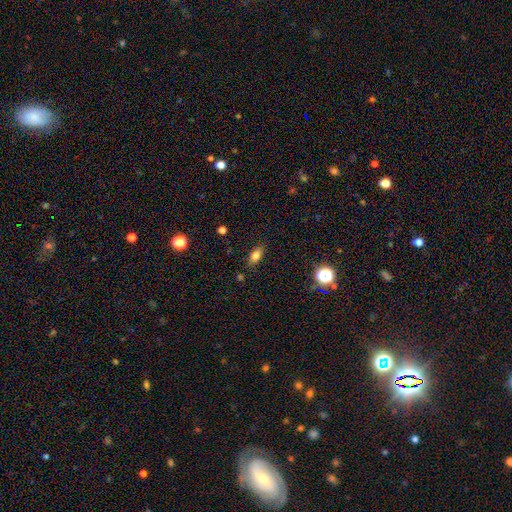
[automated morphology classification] Smooth or featured? Predicted: smooth (p=0.76). How rounded? Predicted: in between (p=0.80). Merging? Predicted: none (p=0.84).